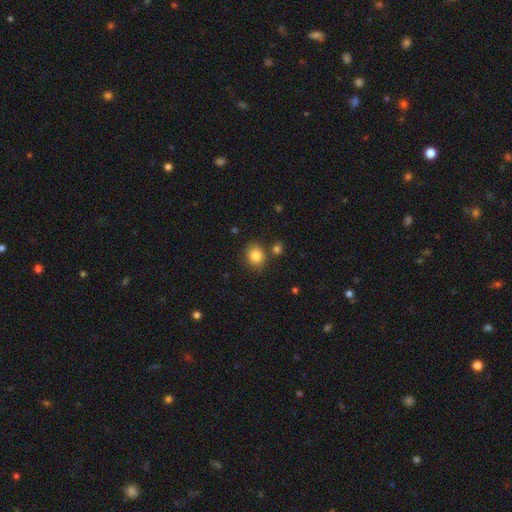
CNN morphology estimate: Smooth or featured? smooth (84%)
How rounded? round (70%)
Merging? none (78%)